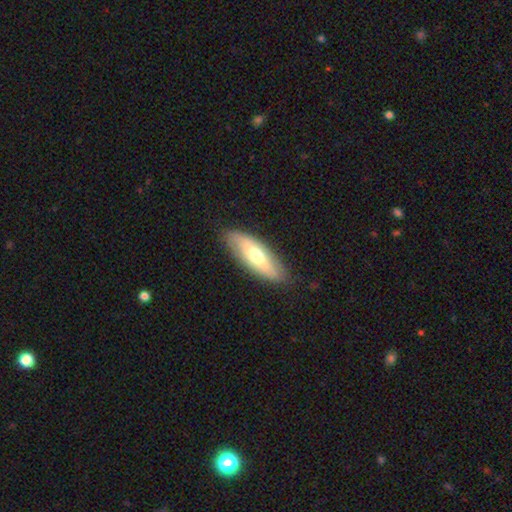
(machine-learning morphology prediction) Q: Smooth or featured?
A: smooth (58%); runner-up: featured or disk (37%)
Q: How rounded?
A: in between (60%); runner-up: cigar-shaped (37%)
Q: Merging?
A: none (85%); runner-up: minor disturbance (11%)